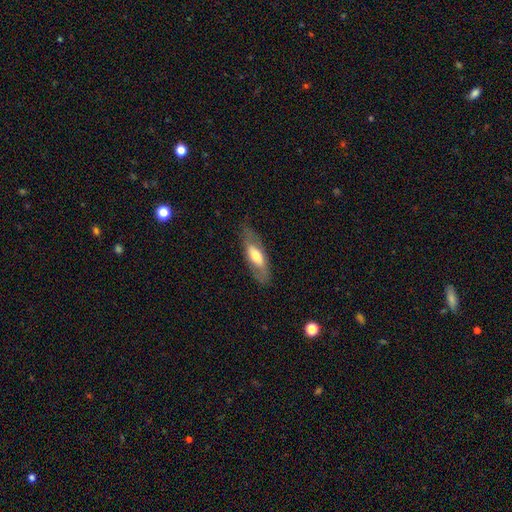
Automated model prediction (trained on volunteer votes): smooth-or-featured: smooth: 50% | featured or disk: 44% | star or artifact: 6%
  how-rounded: in between: 67% | cigar-shaped: 30% | round: 3%
  merging: none: 74% | minor disturbance: 18% | major disturbance: 7% | merger: 1%